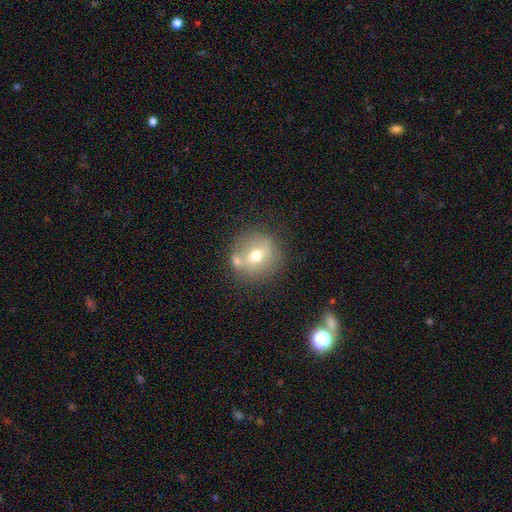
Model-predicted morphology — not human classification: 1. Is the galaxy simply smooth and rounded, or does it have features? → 56% smooth, 34% featured or disk, 10% star or artifact.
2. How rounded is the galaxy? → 86% round, 13% in between, 1% cigar-shaped.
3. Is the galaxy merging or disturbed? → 66% none, 16% merger, 14% minor disturbance, 5% major disturbance.